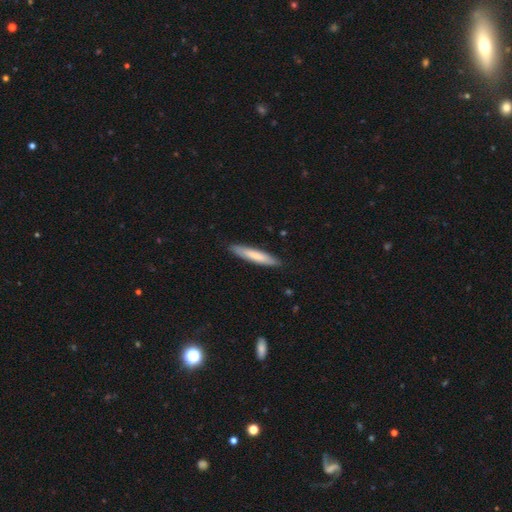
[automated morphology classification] Q: Smooth or featured?
A: smooth (74%); runner-up: featured or disk (21%)
Q: How rounded?
A: cigar-shaped (90%); runner-up: in between (9%)
Q: Merging?
A: none (87%); runner-up: minor disturbance (10%)